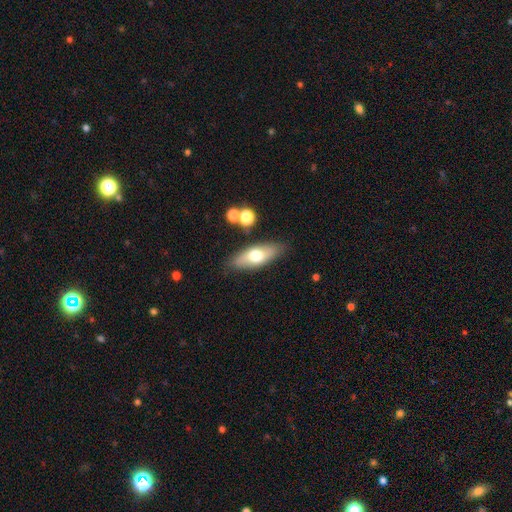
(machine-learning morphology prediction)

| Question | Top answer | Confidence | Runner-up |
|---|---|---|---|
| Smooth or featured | smooth | 62% | featured or disk (31%) |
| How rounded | in between | 66% | cigar-shaped (31%) |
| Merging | none | 82% | minor disturbance (11%) |